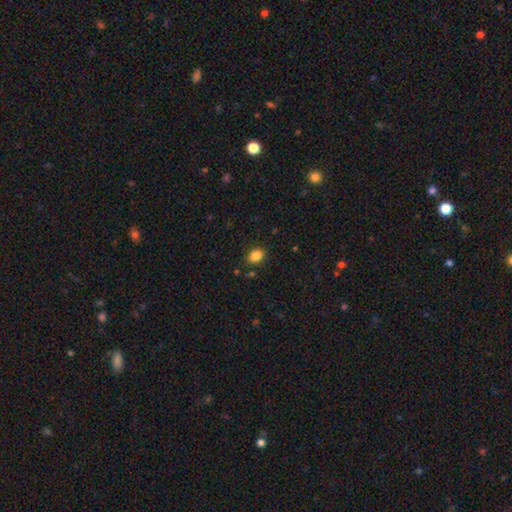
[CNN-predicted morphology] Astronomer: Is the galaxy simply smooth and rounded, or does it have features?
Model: smooth — 86%.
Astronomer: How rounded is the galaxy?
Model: in between — 74%.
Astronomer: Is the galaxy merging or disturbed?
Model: none — 85%.